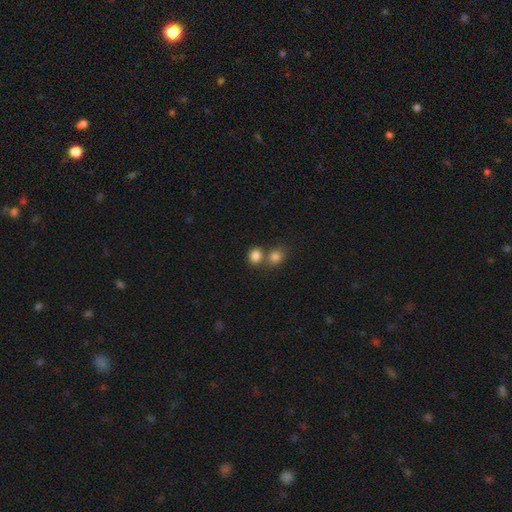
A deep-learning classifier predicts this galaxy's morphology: This is clearly a smooth galaxy (84%). How rounded: likely round (72%). Merging: possibly none (49%).